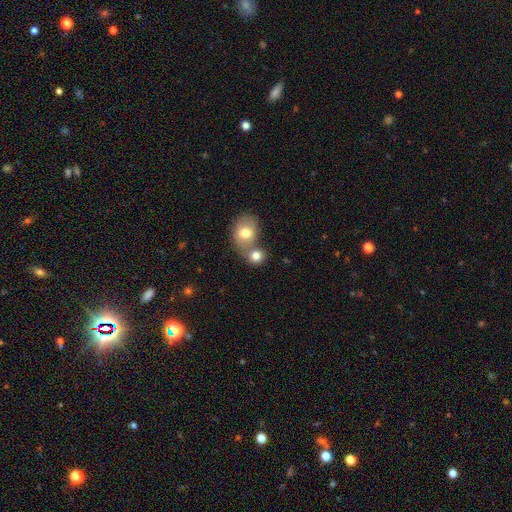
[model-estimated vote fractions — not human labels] Smooth or featured? smooth (80%)
How rounded? round (72%)
Merging? merger (53%)